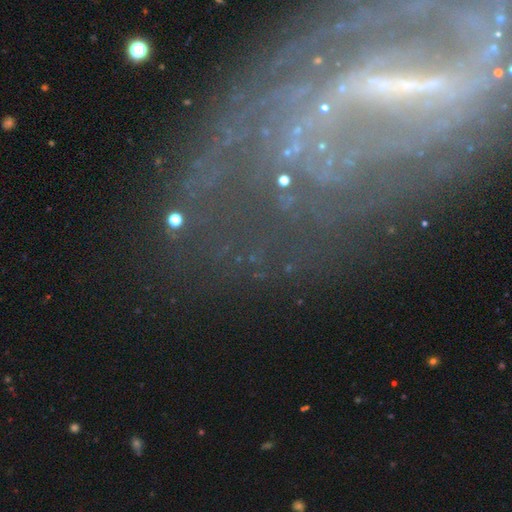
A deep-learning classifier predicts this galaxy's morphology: The model was most divided on "bulge size": small: 39%, none: 29%, moderate: 22%, large: 6%, dominant: 3%. Remaining: edge-on disk — no (88%); smooth or featured — featured or disk (73%); spiral arms — yes (65%); merging — none (59%); bar — strong (45%).